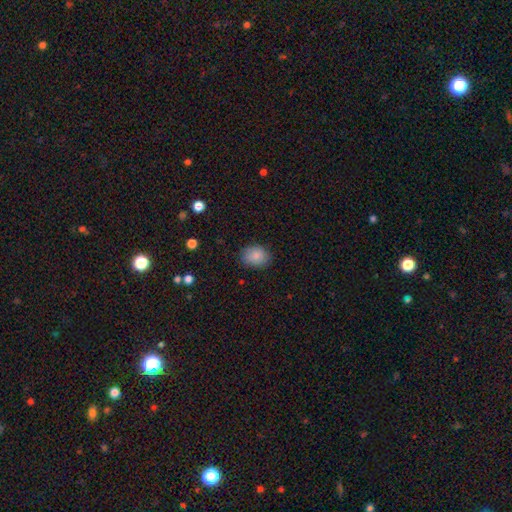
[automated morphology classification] smooth-or-featured: smooth: 86% | star or artifact: 8% | featured or disk: 6%
  how-rounded: in between: 63% | round: 37% | cigar-shaped: 1%
  merging: none: 83% | minor disturbance: 13% | major disturbance: 3% | merger: 1%